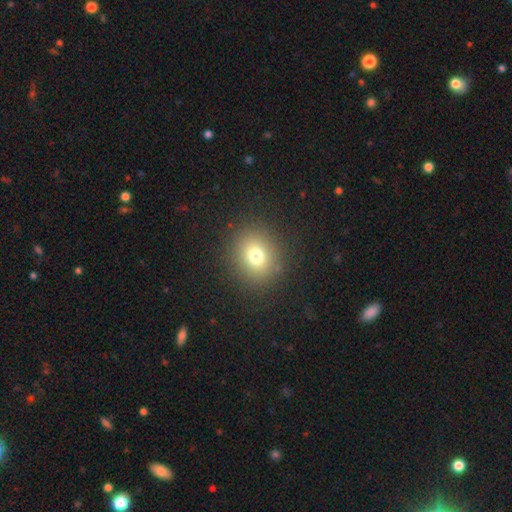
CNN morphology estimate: This appears to be a smooth galaxy with no disk features (74%) that is round (74%). Merging: none (88%).